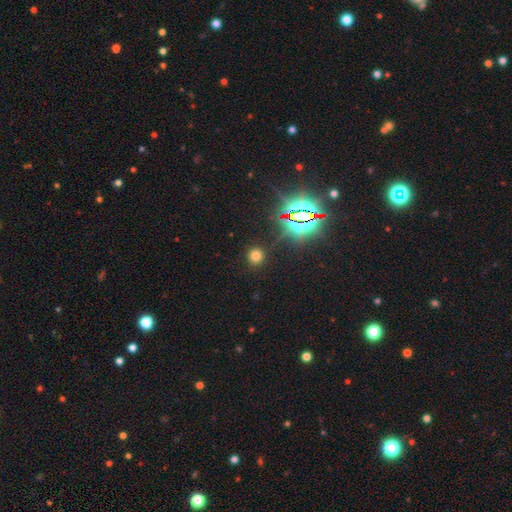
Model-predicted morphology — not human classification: Smooth or featured? Predicted: smooth (p=0.67). How rounded? Predicted: round (p=0.90). Merging? Predicted: none (p=0.89).